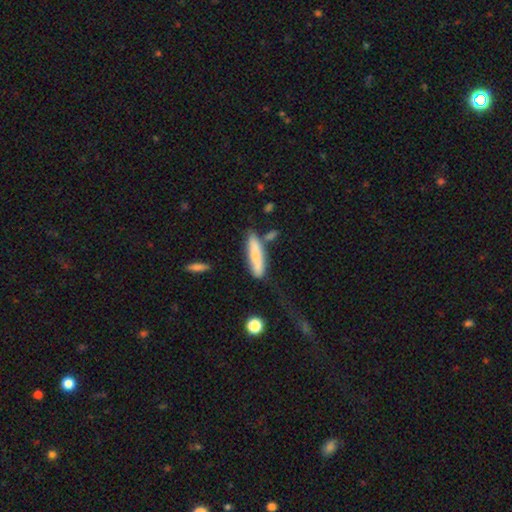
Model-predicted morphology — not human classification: smooth 72%, featured or disk 22%, star or artifact 6%. Down the decision tree: how rounded — cigar-shaped (76%); merging — none (60%).